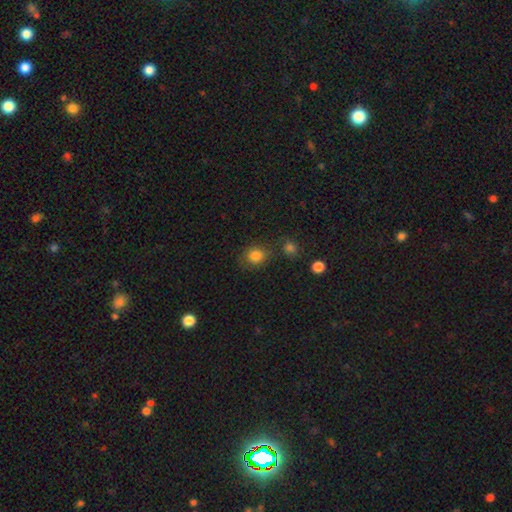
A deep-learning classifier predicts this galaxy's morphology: The model was most divided on "how rounded": round: 73%, in between: 26%, cigar-shaped: 1%. More confident: smooth or featured — smooth (82%); merging — none (73%).